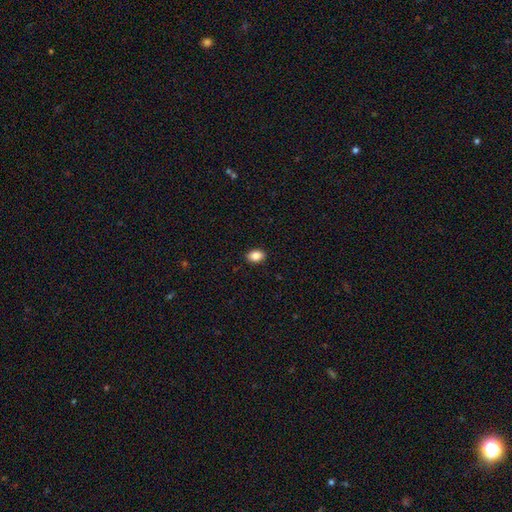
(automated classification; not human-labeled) Smooth or featured? Predicted: smooth (p=0.87). How rounded? Predicted: in between (p=0.77). Merging? Predicted: none (p=0.91).